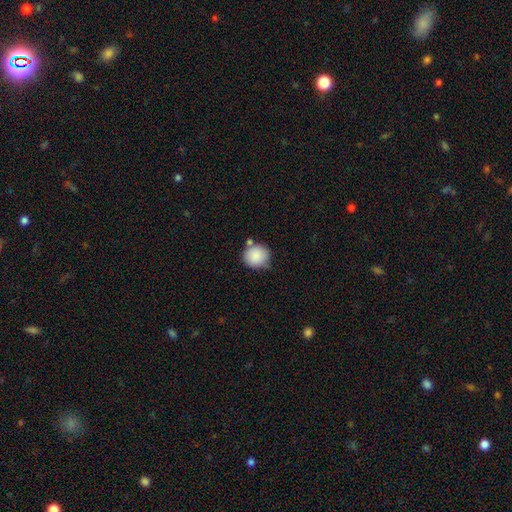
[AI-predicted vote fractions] smooth_or_featured: smooth (p=0.88) [alt: star or artifact p=0.07]
how_rounded: round (p=0.89) [alt: in between p=0.10]
merging: none (p=0.68) [alt: minor disturbance p=0.18]